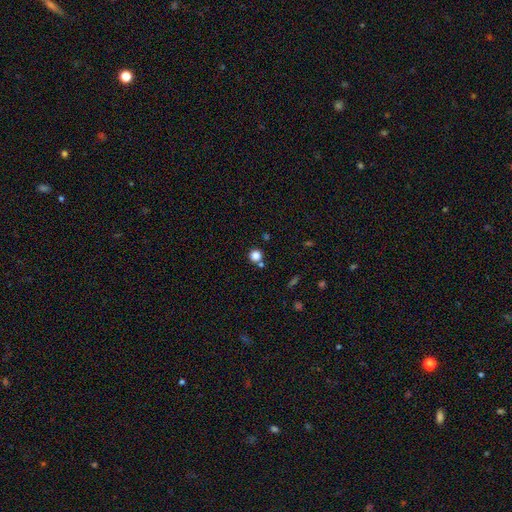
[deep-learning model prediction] This is clearly a smooth galaxy (82%). How rounded: clearly round (94%). Merging: likely none (79%).